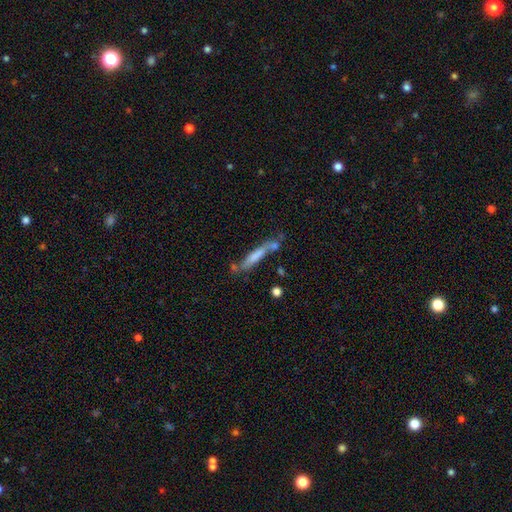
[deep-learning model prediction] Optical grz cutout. It shows a smooth galaxy with no disk features (57%) that is cigar-shaped (89%). Merging: none (52%).